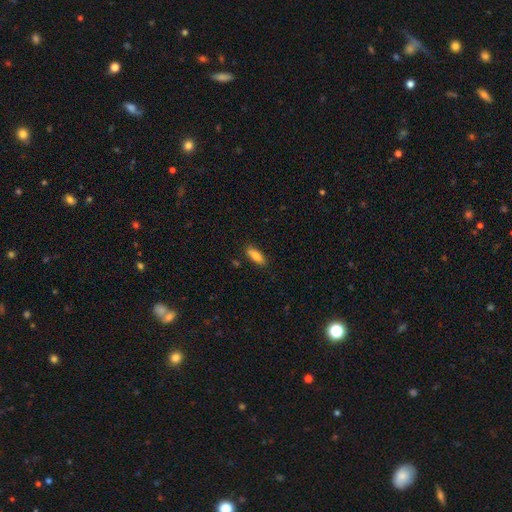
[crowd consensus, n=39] smooth_or_featured: smooth (p=0.77) [alt: featured or disk p=0.18]
how_rounded: in between (p=0.77) [alt: cigar-shaped p=0.23]
merging: none (p=0.92) [alt: minor disturbance p=0.05]